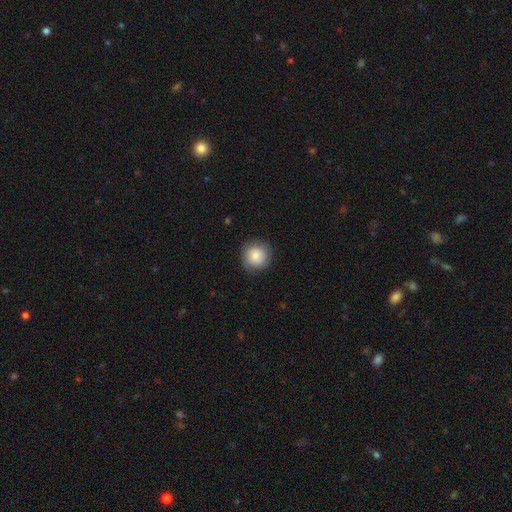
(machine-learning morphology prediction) A smooth galaxy with no disk features (83%) that is round (93%).

Vote fractions:
- Smooth or featured? smooth: 83% / featured or disk: 10% / star or artifact: 7%
- How rounded? round: 93% / in between: 6% / cigar-shaped: 1%
- Merging? none: 85% / minor disturbance: 11% / major disturbance: 3% / merger: 1%